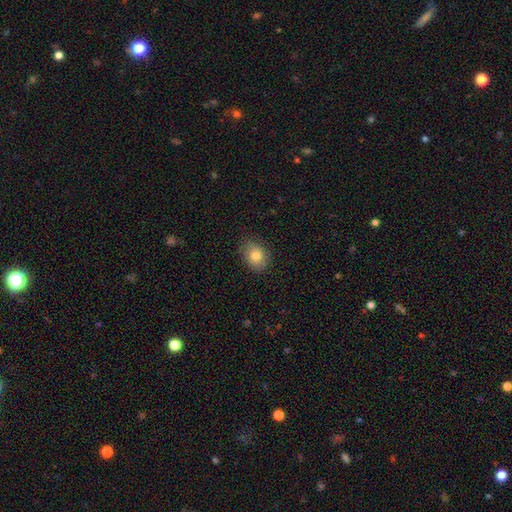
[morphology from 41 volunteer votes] Volunteers were most divided on "how rounded" (2-way tie): round: 50%, in between: 50%, cigar-shaped: 0%. More confident: merging — none (89%); smooth or featured — smooth (83%).